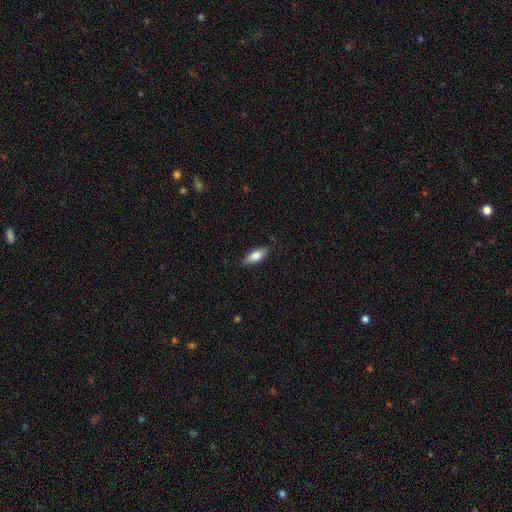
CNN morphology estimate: Q: Smooth or featured?
A: smooth (79%); runner-up: featured or disk (15%)
Q: How rounded?
A: in between (76%); runner-up: cigar-shaped (22%)
Q: Merging?
A: none (84%); runner-up: minor disturbance (13%)